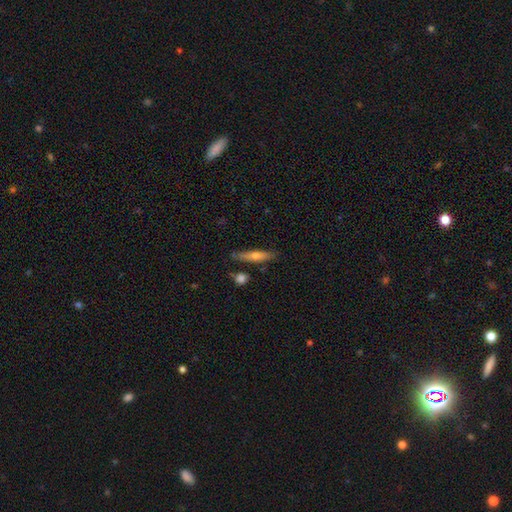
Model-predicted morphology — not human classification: A smooth galaxy with no disk features (48%).

Vote fractions:
- Smooth or featured? smooth: 48% / featured or disk: 45% / star or artifact: 7%
- Merging? none: 81% / minor disturbance: 12% / merger: 4% / major disturbance: 3%